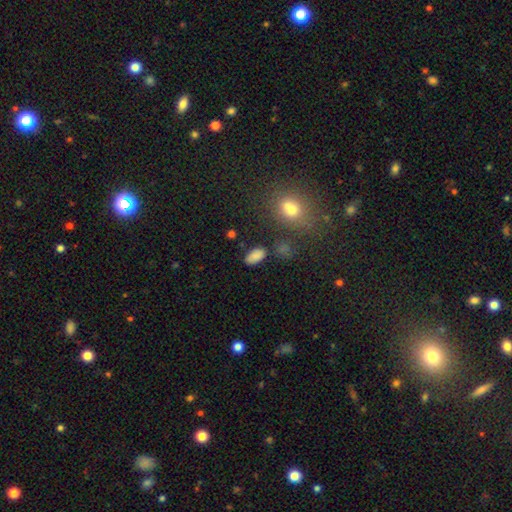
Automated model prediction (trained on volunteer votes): Smooth or featured? Predicted: smooth (p=0.83). How rounded? Predicted: in between (p=0.93). Merging? Predicted: none (p=0.79).